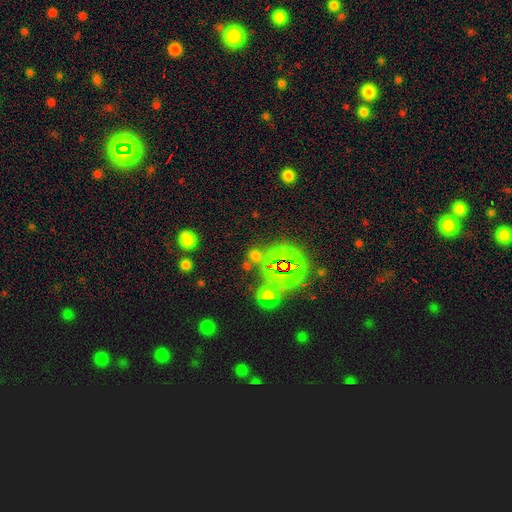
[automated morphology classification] Smooth or featured? star or artifact (51%)